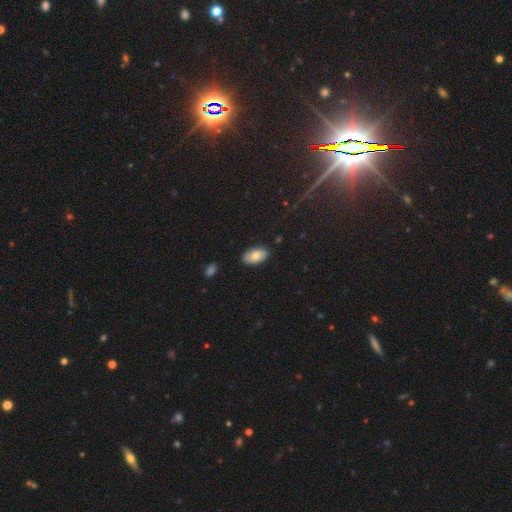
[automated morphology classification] A smooth galaxy with no disk features (77%) that is in between round and cigar-shaped (94%).

Vote fractions:
- Smooth or featured? smooth: 77% / featured or disk: 15% / star or artifact: 7%
- How rounded? in between: 94% / round: 5% / cigar-shaped: 1%
- Merging? none: 84% / minor disturbance: 13% / major disturbance: 2% / merger: 1%